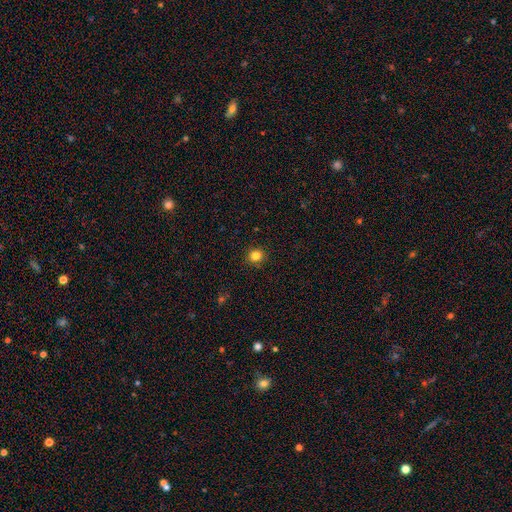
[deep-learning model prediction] Smooth or featured?
  - smooth: 82% *
  - star or artifact: 13%
  - featured or disk: 5%
How rounded?
  - round: 86% *
  - in between: 13%
  - cigar-shaped: 1%
Merging?
  - none: 90% *
  - minor disturbance: 7%
  - major disturbance: 2%
  - merger: 1%